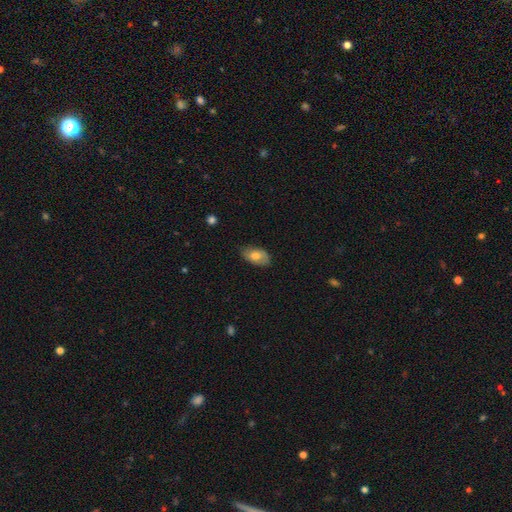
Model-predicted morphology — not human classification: A smooth galaxy with no disk features (73%) that is in between round and cigar-shaped (92%). Merging: none (76%).